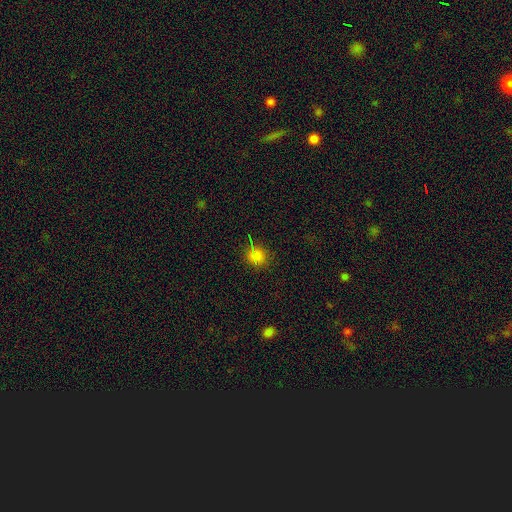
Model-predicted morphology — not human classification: smooth_or_featured: smooth (p=0.68) [alt: star or artifact p=0.26]
how_rounded: round (p=0.79) [alt: in between p=0.19]
merging: none (p=0.81) [alt: minor disturbance p=0.12]